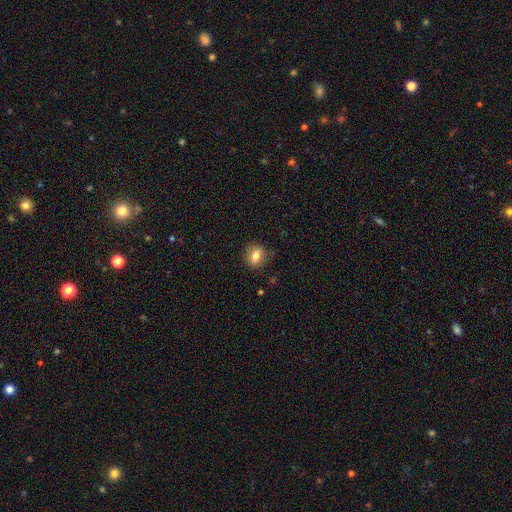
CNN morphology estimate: type=smooth (79%); roundness=round (53%); merging=none (83%).